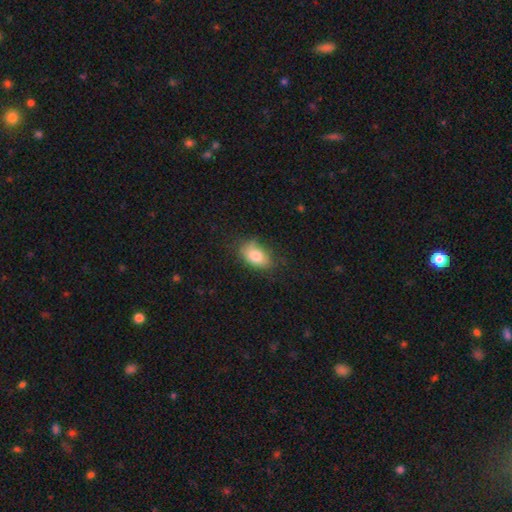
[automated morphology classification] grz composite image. It shows a smooth galaxy with no disk features (79%) that is in between round and cigar-shaped (88%). Merging: none (63%).